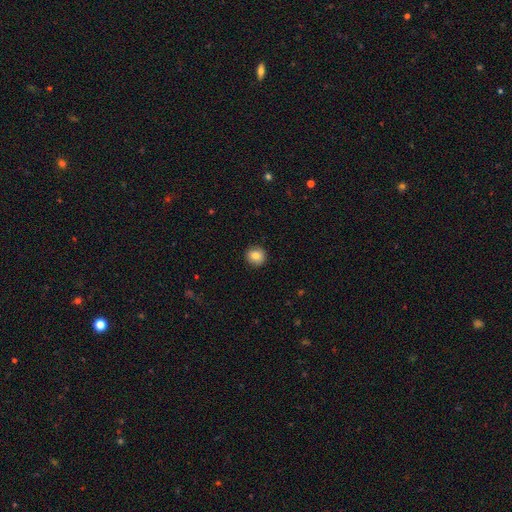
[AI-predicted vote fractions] A smooth galaxy with no disk features (82%) that is round (91%). Merging: none (91%).